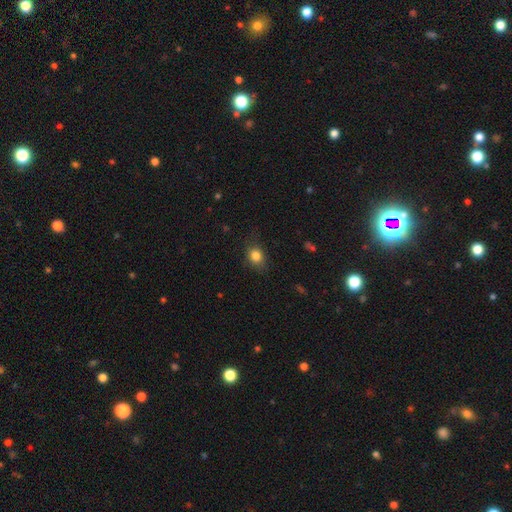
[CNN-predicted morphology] Overall: smooth (82%). How rounded: in between (51%; round 48%). Merging: none (75%).